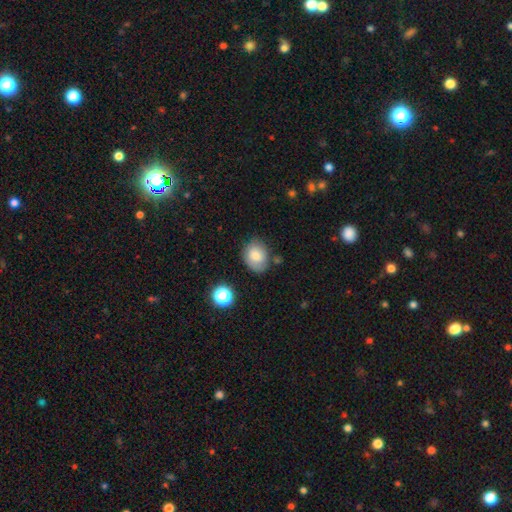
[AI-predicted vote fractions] Smooth or featured?
  - smooth: 79% *
  - featured or disk: 12%
  - star or artifact: 9%
How rounded?
  - in between: 61% *
  - round: 38%
  - cigar-shaped: 1%
Merging?
  - none: 70% *
  - minor disturbance: 20%
  - major disturbance: 5%
  - merger: 5%